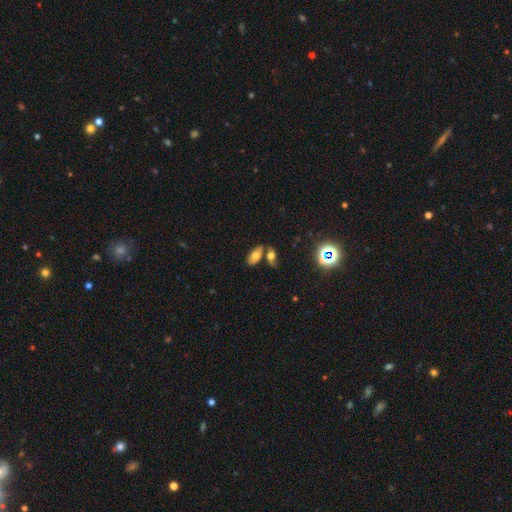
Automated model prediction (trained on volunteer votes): A smooth galaxy with no disk features (67%) that is in between round and cigar-shaped (87%). Merging: none (54%).